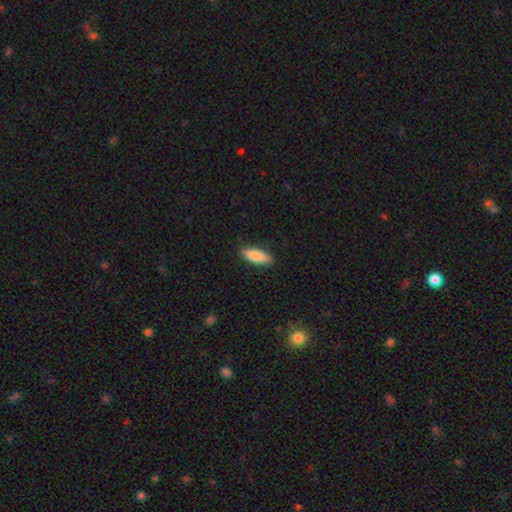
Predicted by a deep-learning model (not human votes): smooth-or-featured: smooth: 82% | featured or disk: 12% | star or artifact: 6%
  how-rounded: in between: 58% | cigar-shaped: 40% | round: 2%
  merging: none: 87% | minor disturbance: 10% | major disturbance: 2% | merger: 1%